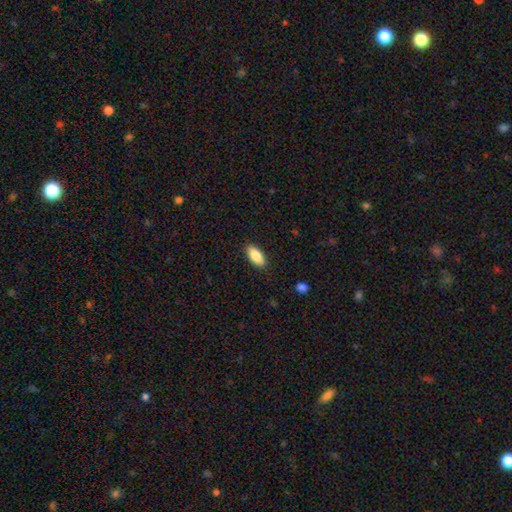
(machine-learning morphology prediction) smooth-or-featured: smooth: 85% | featured or disk: 8% | star or artifact: 7%
  how-rounded: in between: 87% | cigar-shaped: 11% | round: 2%
  merging: none: 88% | minor disturbance: 9% | major disturbance: 2% | merger: 1%